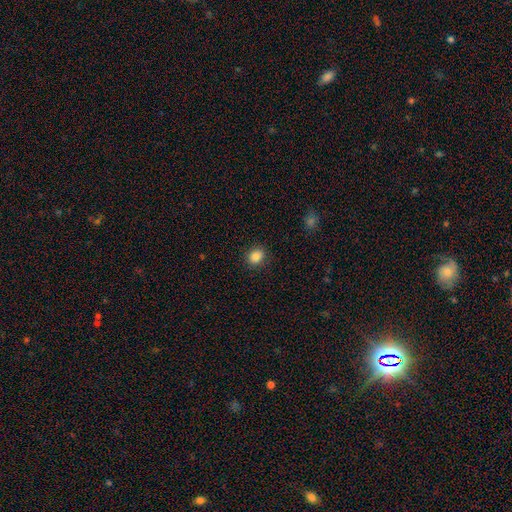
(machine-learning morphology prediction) type=smooth (86%); roundness=round (54%); merging=none (88%).